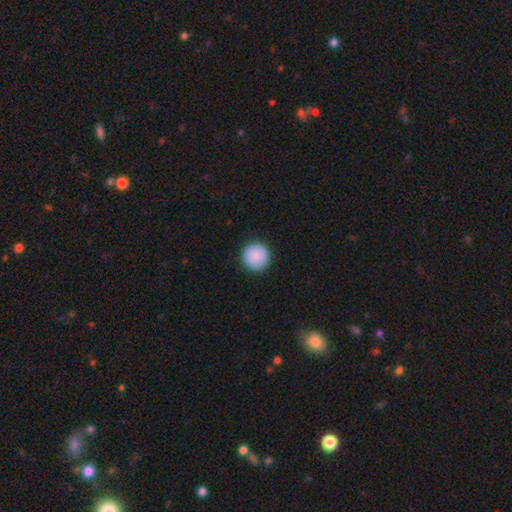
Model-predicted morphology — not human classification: Overall: smooth (90%). How rounded: round (96%). Merging: none (92%).